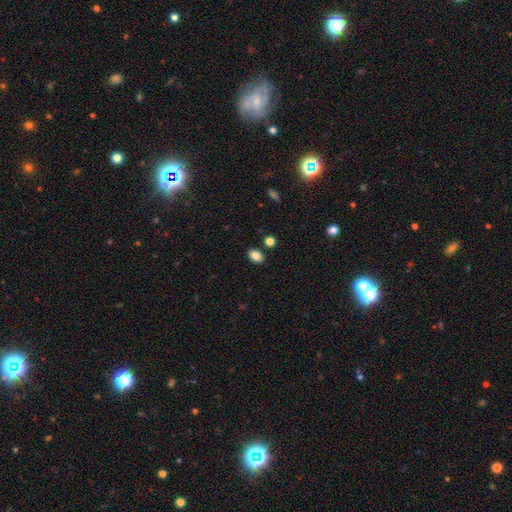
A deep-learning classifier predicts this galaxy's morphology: Overall: smooth (85%). How rounded: in between (78%). Merging: none (85%).